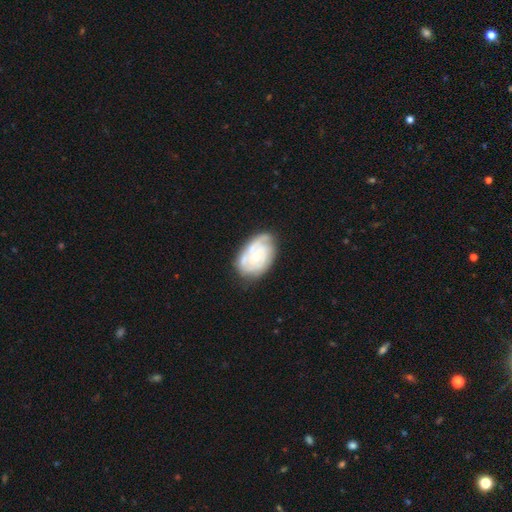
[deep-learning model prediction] Q: Smooth or featured?
A: featured or disk (74%); runner-up: smooth (20%)
Q: Edge-on disk?
A: no (96%); runner-up: yes (4%)
Q: Bar?
A: no (80%); runner-up: weak (17%)
Q: Spiral arms?
A: yes (82%); runner-up: no (18%)
Q: Spiral winding?
A: tight (68%); runner-up: medium (24%)
Q: Spiral arm count?
A: can't tell (46%); runner-up: 2 (22%)
Q: Bulge size?
A: moderate (50%); runner-up: small (45%)
Q: Merging?
A: none (62%); runner-up: minor disturbance (26%)